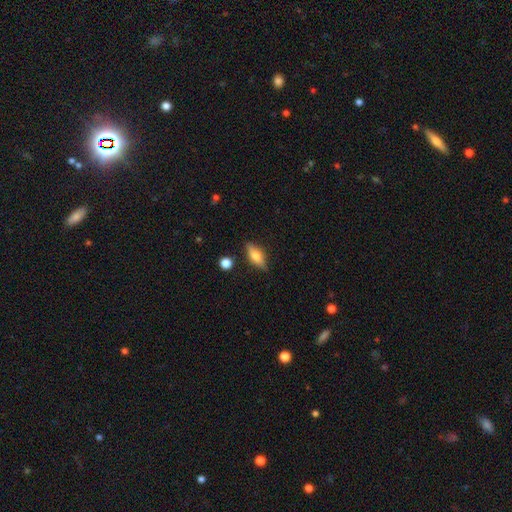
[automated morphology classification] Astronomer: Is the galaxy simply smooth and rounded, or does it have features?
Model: smooth — 59%.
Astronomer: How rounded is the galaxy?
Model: in between — 70%.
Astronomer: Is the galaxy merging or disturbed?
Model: none — 82%.